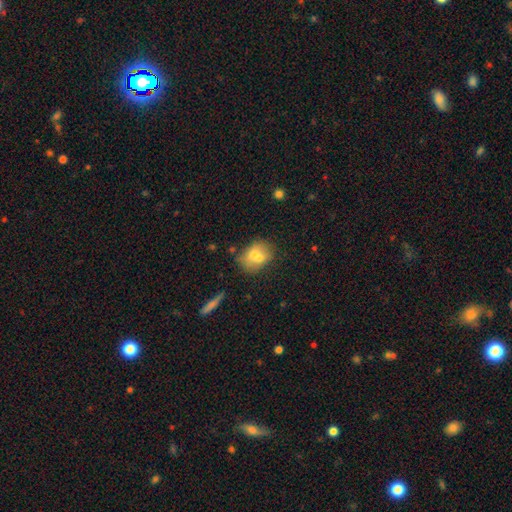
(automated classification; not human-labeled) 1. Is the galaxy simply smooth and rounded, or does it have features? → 66% smooth, 25% featured or disk, 10% star or artifact.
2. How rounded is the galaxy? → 50% round, 49% in between, 2% cigar-shaped.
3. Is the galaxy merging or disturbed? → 43% merger, 41% none, 12% minor disturbance, 4% major disturbance.